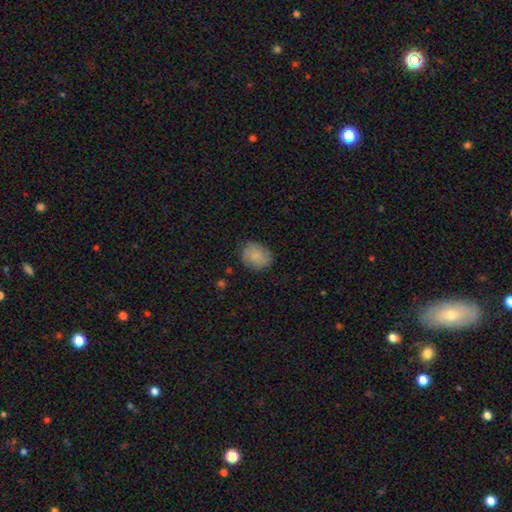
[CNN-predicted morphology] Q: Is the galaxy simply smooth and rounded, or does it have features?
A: smooth — 73%.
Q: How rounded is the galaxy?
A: round — 53%.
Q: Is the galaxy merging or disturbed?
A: none — 79%.